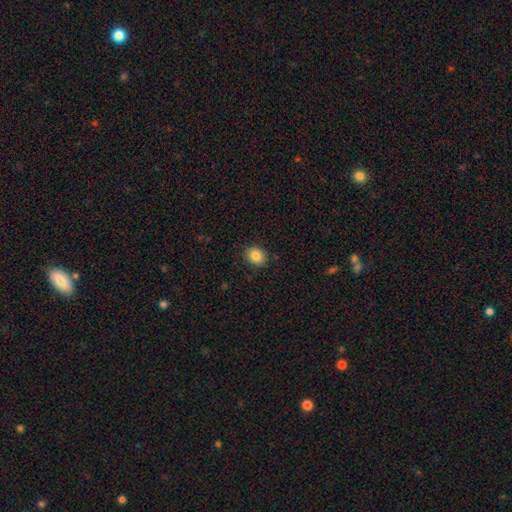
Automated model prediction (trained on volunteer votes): A smooth galaxy with no disk features (85%) that is round (56%).

Vote fractions:
- Smooth or featured? smooth: 85% / star or artifact: 9% / featured or disk: 5%
- How rounded? round: 56% / in between: 43% / cigar-shaped: 1%
- Merging? none: 86% / minor disturbance: 10% / major disturbance: 2% / merger: 1%